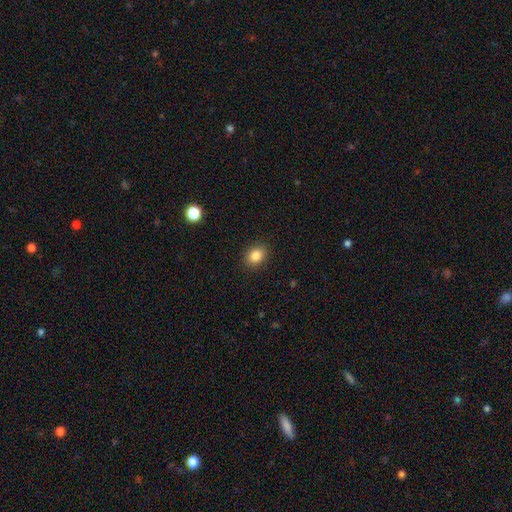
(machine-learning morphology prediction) A smooth galaxy with no disk features (85%) that is in between round and cigar-shaped (58%).

Vote fractions:
- Smooth or featured? smooth: 85% / star or artifact: 9% / featured or disk: 6%
- How rounded? in between: 58% / round: 41% / cigar-shaped: 1%
- Merging? none: 89% / minor disturbance: 8% / major disturbance: 2% / merger: 1%